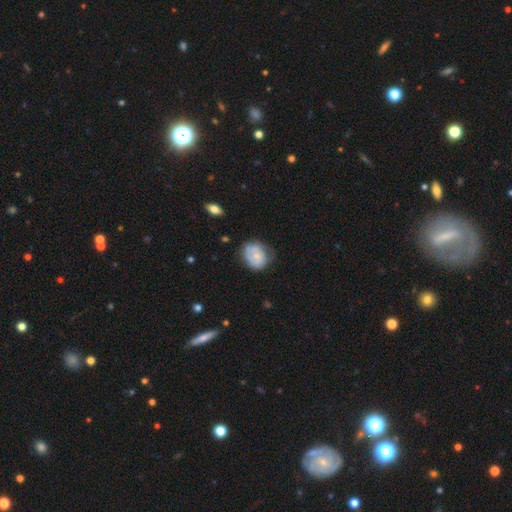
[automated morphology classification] Overall: smooth (55%; featured or disk 38%). How rounded: round (57%; in between 42%). Merging: none (49%; minor disturbance 34%).